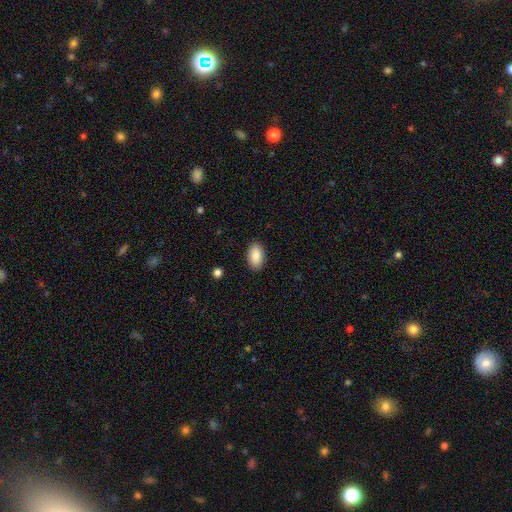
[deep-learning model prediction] Overall: smooth (89%). How rounded: in between (94%). Merging: none (89%).